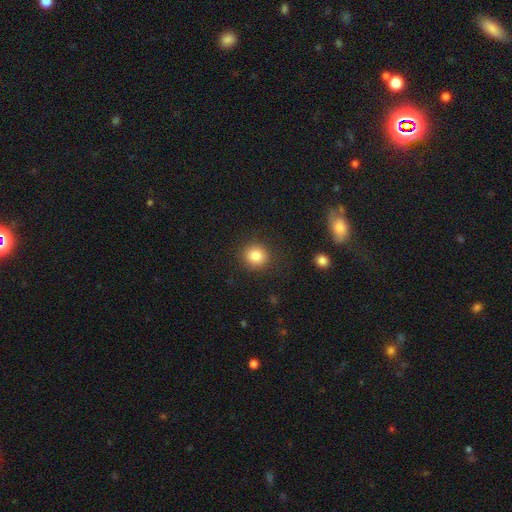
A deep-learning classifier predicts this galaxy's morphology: Smooth or featured?
  - smooth: 84% *
  - star or artifact: 10%
  - featured or disk: 6%
How rounded?
  - round: 90% *
  - in between: 9%
  - cigar-shaped: 1%
Merging?
  - none: 88% *
  - minor disturbance: 7%
  - major disturbance: 3%
  - merger: 1%